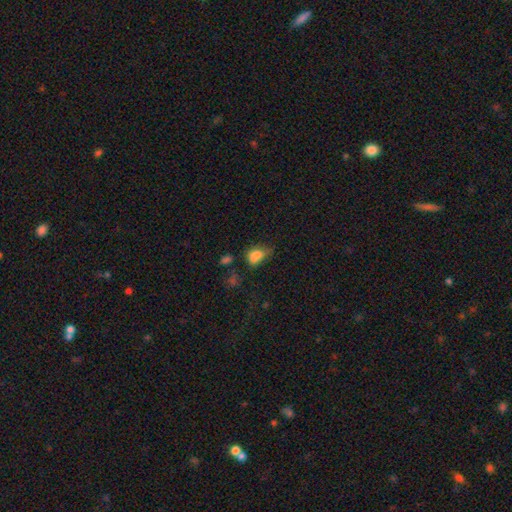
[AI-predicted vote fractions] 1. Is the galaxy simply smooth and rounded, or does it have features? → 76% smooth, 13% star or artifact, 11% featured or disk.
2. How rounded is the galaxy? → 76% in between, 21% round, 3% cigar-shaped.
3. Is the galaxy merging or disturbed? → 31% none, 30% minor disturbance, 21% major disturbance, 17% merger.